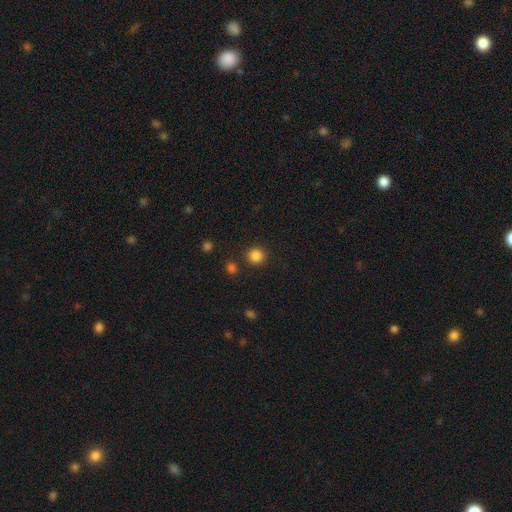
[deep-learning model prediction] Smooth or featured: smooth — 85% (star or artifact — 12%)
How rounded: round — 94% (in between — 5%)
Merging: none — 88% (minor disturbance — 6%)